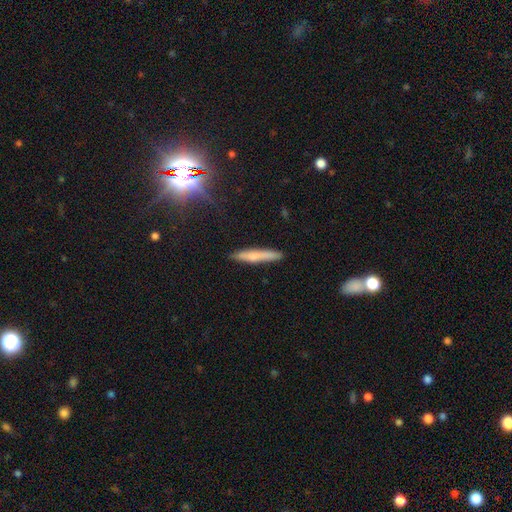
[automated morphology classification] smooth_or_featured: smooth (p=0.65) [alt: featured or disk p=0.27]
how_rounded: cigar-shaped (p=0.93) [alt: in between p=0.05]
merging: none (p=0.87) [alt: minor disturbance p=0.09]